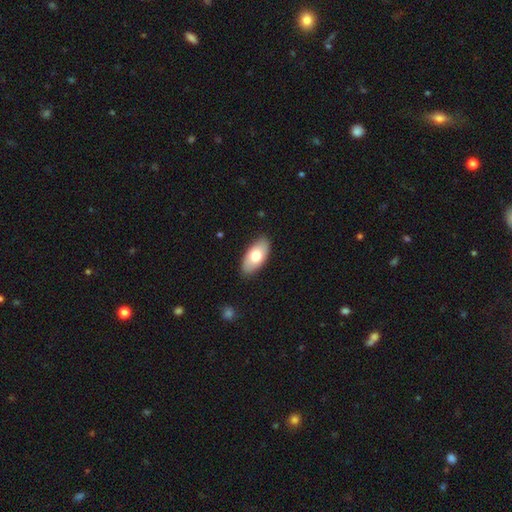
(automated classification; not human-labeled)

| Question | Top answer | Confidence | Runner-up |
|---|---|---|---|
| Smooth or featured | smooth | 72% | featured or disk (22%) |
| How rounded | in between | 93% | cigar-shaped (5%) |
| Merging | none | 88% | minor disturbance (9%) |